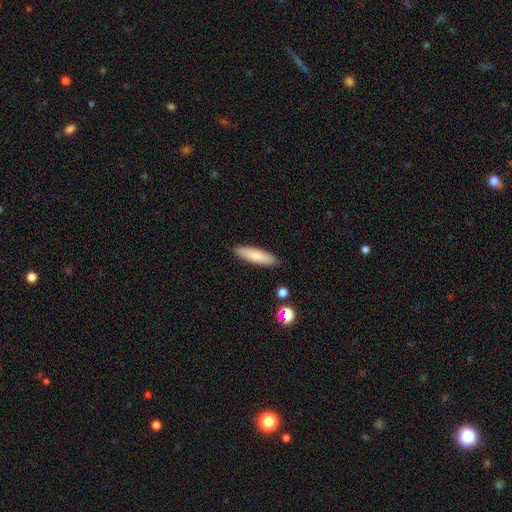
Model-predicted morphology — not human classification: smooth-or-featured: smooth: 80% | featured or disk: 13% | star or artifact: 6%
  how-rounded: cigar-shaped: 70% | in between: 28% | round: 2%
  merging: none: 89% | minor disturbance: 8% | major disturbance: 2% | merger: 1%